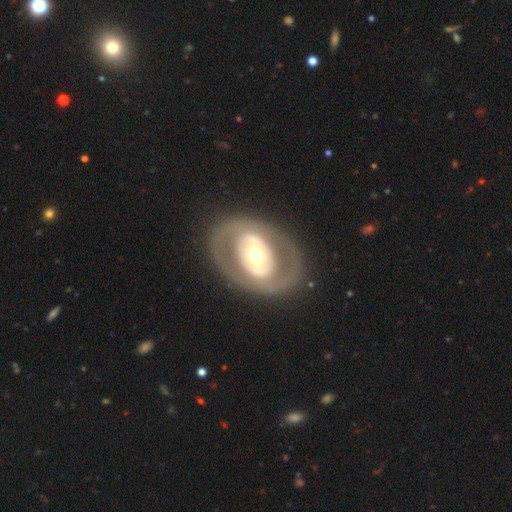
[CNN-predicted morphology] The model was most divided on "bar": no: 55%, weak: 23%, strong: 22%. More confident: edge-on disk — no (94%); merging — none (79%); spiral arms — no (73%); smooth or featured — featured or disk (70%); bulge size — moderate (65%).